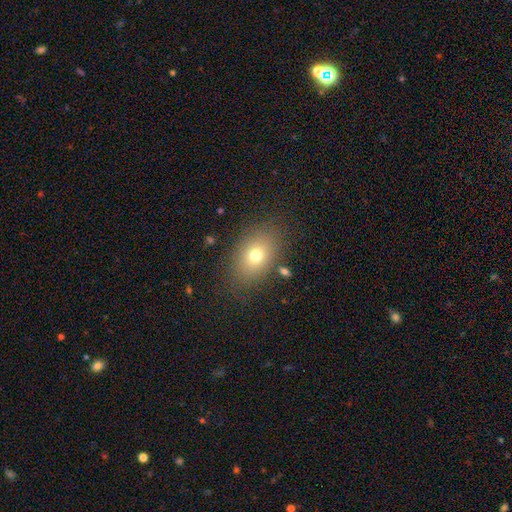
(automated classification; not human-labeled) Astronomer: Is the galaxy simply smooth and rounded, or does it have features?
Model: smooth — 72%.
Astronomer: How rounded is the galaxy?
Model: in between — 79%.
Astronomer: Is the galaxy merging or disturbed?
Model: none — 82%.